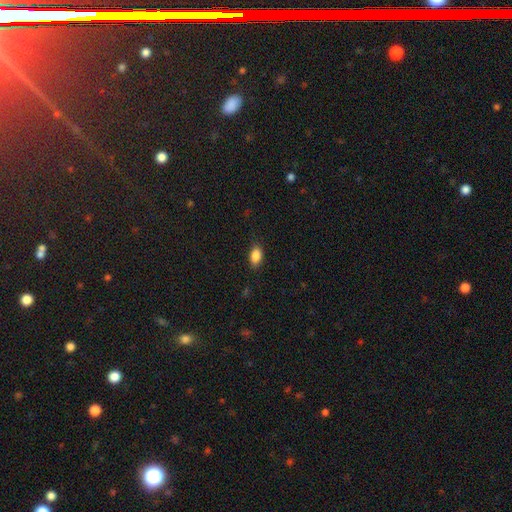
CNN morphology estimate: Smooth or featured: smooth — 87% (star or artifact — 8%)
How rounded: in between — 88% (round — 9%)
Merging: none — 84% (minor disturbance — 12%)